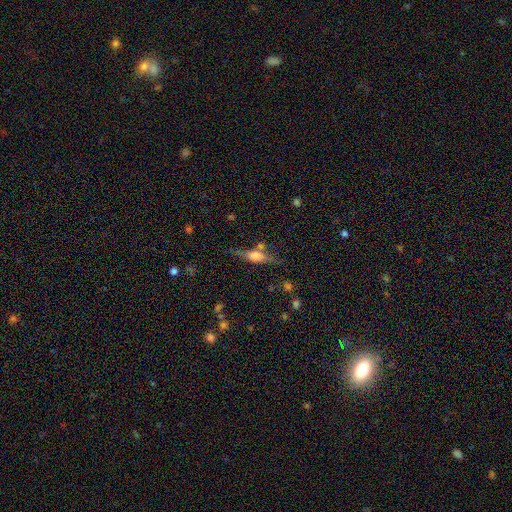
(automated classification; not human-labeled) smooth_or_featured: featured or disk (p=0.55) [alt: smooth p=0.36]
disk_edge_on: yes (p=0.91) [alt: no p=0.09]
edge_on_bulge: rounded (p=0.79) [alt: boxy p=0.16]
merging: none (p=0.69) [alt: minor disturbance p=0.17]